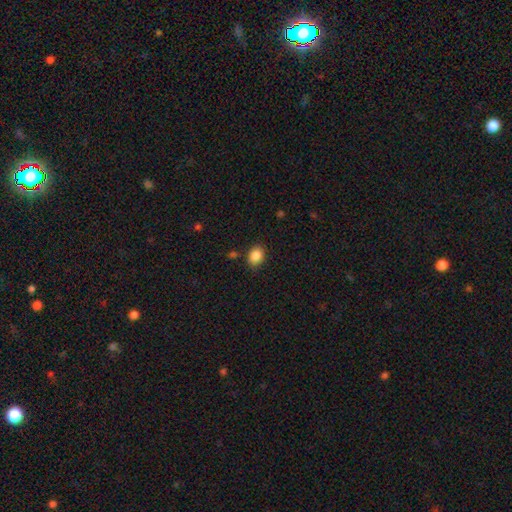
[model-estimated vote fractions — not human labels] Overall: smooth (87%). How rounded: in between (66%; round 33%). Merging: none (84%).